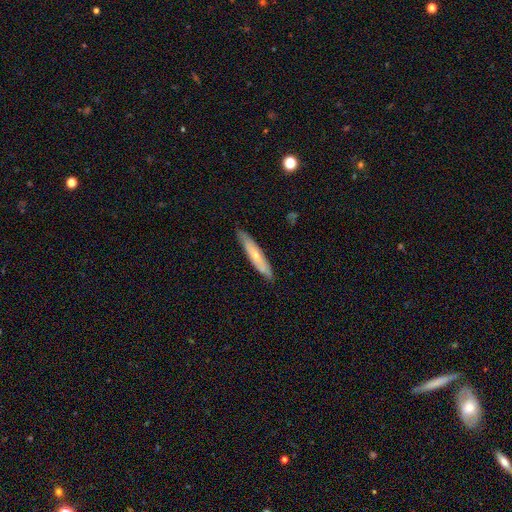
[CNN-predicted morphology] Smooth or featured: smooth — 52% (featured or disk — 42%)
How rounded: cigar-shaped — 86% (in between — 12%)
Merging: none — 83% (minor disturbance — 13%)